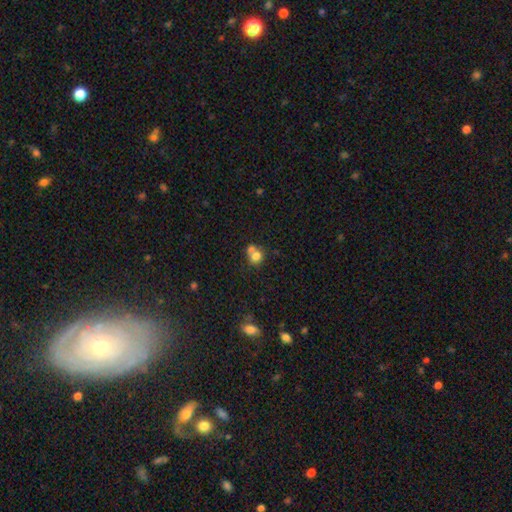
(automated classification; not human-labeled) smooth_or_featured: smooth (p=0.75) [alt: featured or disk p=0.13]
how_rounded: round (p=0.77) [alt: in between p=0.22]
merging: merger (p=0.53) [alt: none p=0.36]